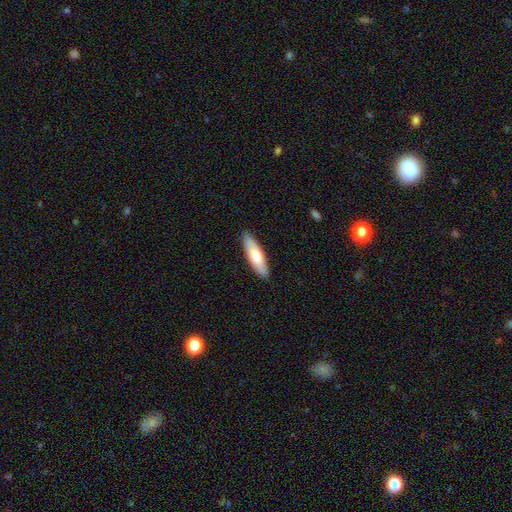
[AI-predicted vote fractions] smooth_or_featured: smooth (p=0.74) [alt: featured or disk p=0.21]
how_rounded: cigar-shaped (p=0.60) [alt: in between p=0.39]
merging: none (p=0.90) [alt: minor disturbance p=0.08]